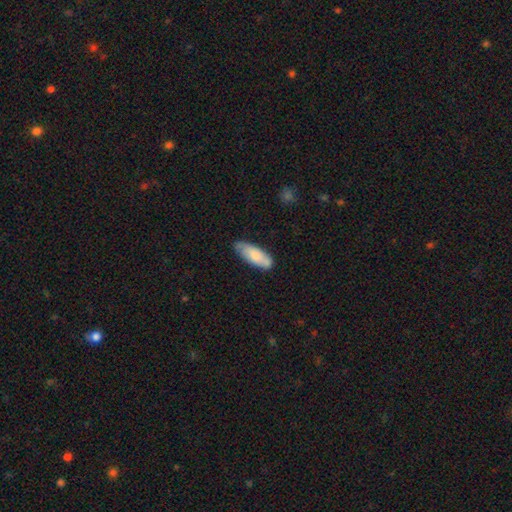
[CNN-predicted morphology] A smooth galaxy with no disk features (75%) that is in between round and cigar-shaped (67%).

Vote fractions:
- Smooth or featured? smooth: 75% / featured or disk: 19% / star or artifact: 6%
- How rounded? in between: 67% / cigar-shaped: 32% / round: 2%
- Merging? none: 68% / minor disturbance: 24% / major disturbance: 4% / merger: 3%